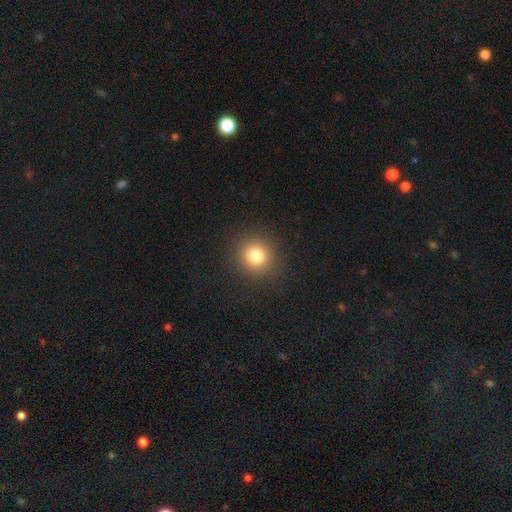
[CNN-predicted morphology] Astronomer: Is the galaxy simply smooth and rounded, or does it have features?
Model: smooth — 80%.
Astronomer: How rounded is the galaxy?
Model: round — 91%.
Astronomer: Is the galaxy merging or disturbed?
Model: none — 90%.